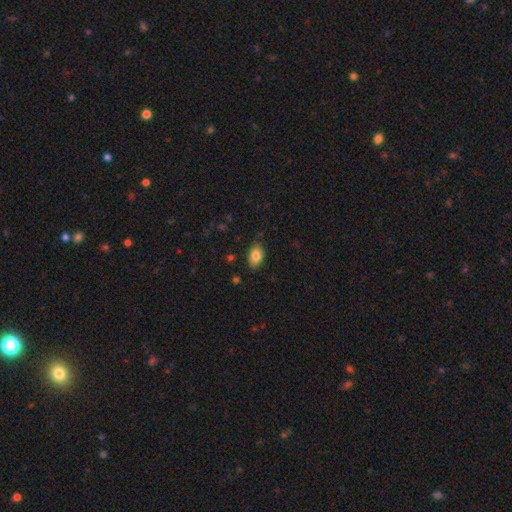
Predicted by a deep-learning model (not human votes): A smooth galaxy with no disk features (83%) that is in between round and cigar-shaped (87%). Merging: none (82%).